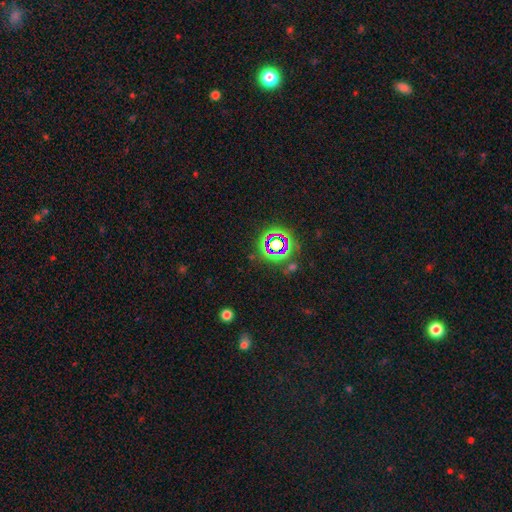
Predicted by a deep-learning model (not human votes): The model was most divided on "smooth or featured": star or artifact: 74%, smooth: 15%, featured or disk: 11%.